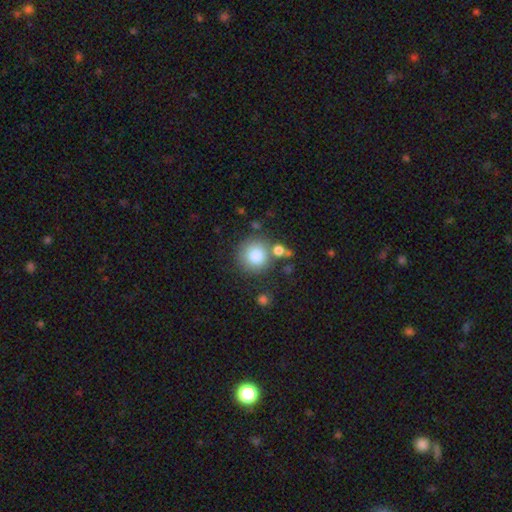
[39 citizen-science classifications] A smooth galaxy with no disk features (82%) that is round (100%). Merging: none (64%).